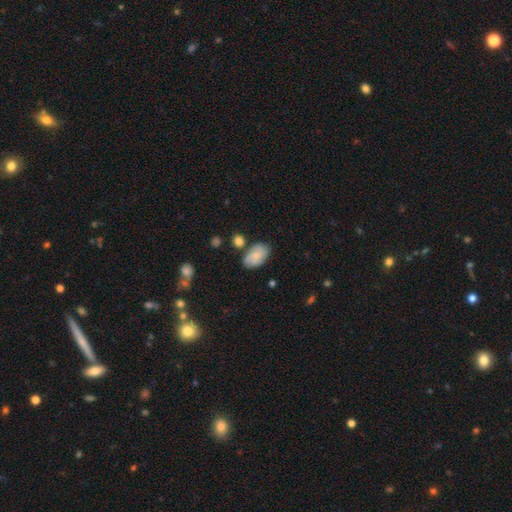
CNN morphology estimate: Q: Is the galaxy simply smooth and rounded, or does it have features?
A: smooth — 65%.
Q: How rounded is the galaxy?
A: in between — 91%.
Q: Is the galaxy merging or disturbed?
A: none — 68%.